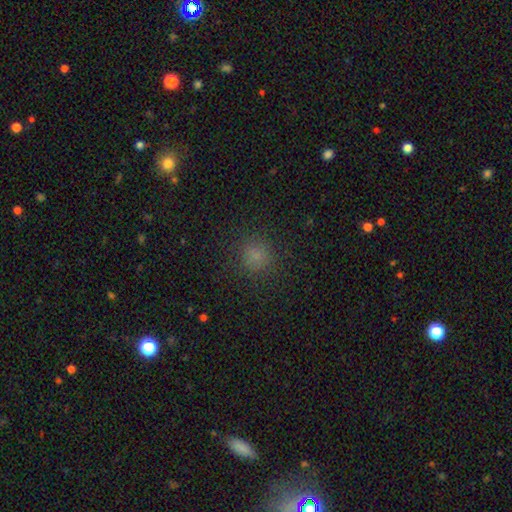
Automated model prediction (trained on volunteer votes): Smooth or featured?
  - smooth: 79% *
  - star or artifact: 17%
  - featured or disk: 4%
How rounded?
  - round: 90% *
  - in between: 9%
  - cigar-shaped: 1%
Merging?
  - none: 87% *
  - minor disturbance: 8%
  - major disturbance: 3%
  - merger: 1%